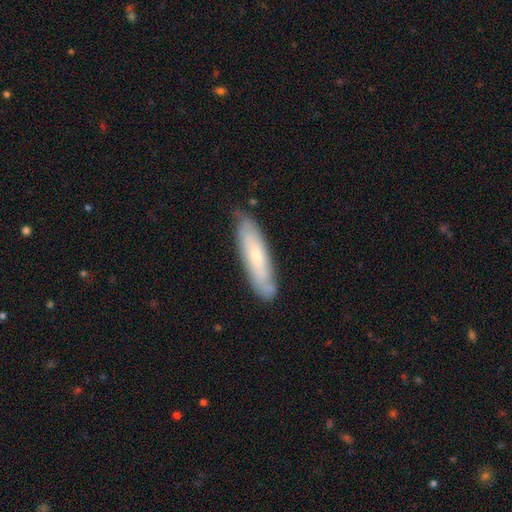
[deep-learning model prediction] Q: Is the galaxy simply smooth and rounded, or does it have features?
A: smooth — 51%.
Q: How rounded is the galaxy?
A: cigar-shaped — 72%.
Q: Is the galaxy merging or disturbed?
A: none — 78%.